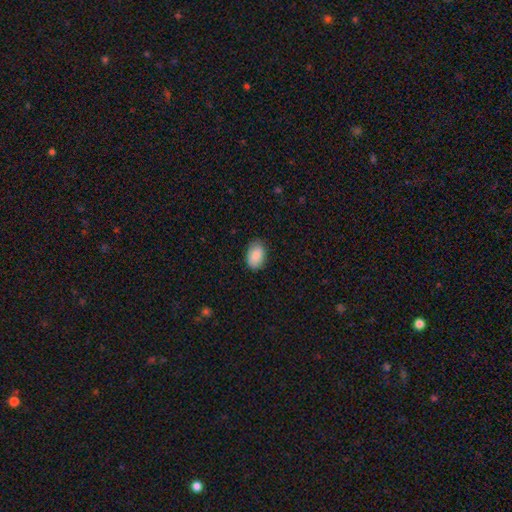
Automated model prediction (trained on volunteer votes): smooth_or_featured: smooth (p=0.89) [alt: star or artifact p=0.06]
how_rounded: in between (p=0.89) [alt: round p=0.09]
merging: none (p=0.83) [alt: minor disturbance p=0.13]